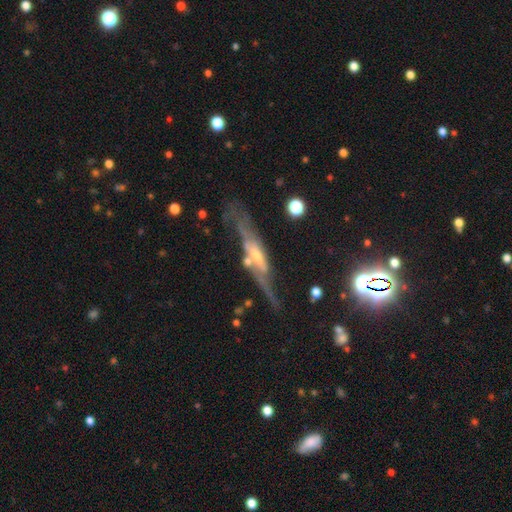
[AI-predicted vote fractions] Smooth or featured: featured or disk — 77% (smooth — 17%)
Edge-on disk: yes — 52% (no — 48%)
Merging: none — 44% (minor disturbance — 22%)